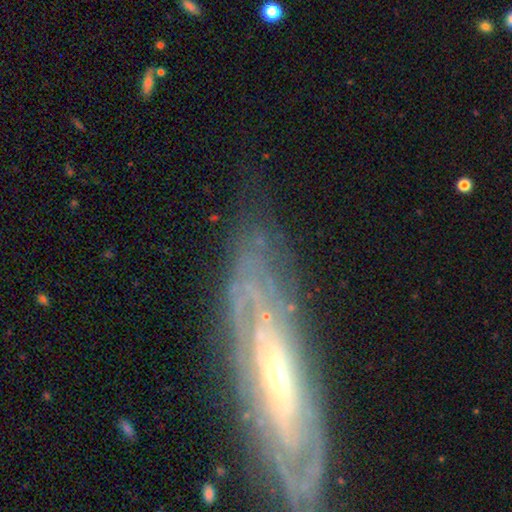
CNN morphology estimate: A featured or disk galaxy (82%) with no bar (54%), spiral arms (84%) and a small central bulge (56%). Merging: none (77%).